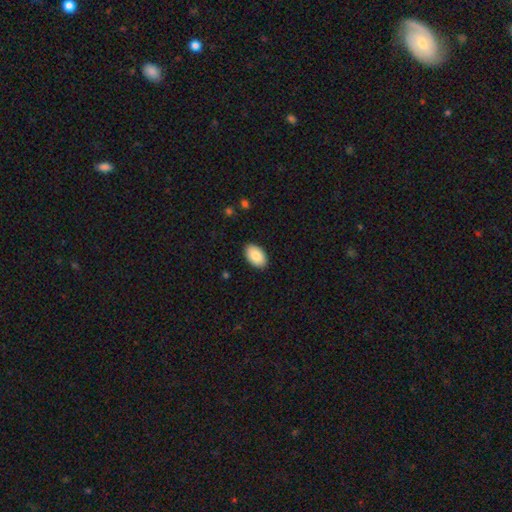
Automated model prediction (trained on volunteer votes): Overall: smooth (87%). How rounded: in between (94%). Merging: none (89%).